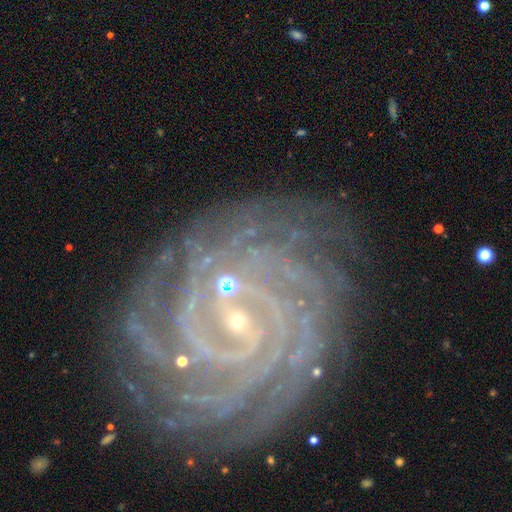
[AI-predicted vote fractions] A featured or disk galaxy (83%) with a strong bar (38%), tight (67%) spiral arms (96%) and a small central bulge (79%). Merging: none (66%).